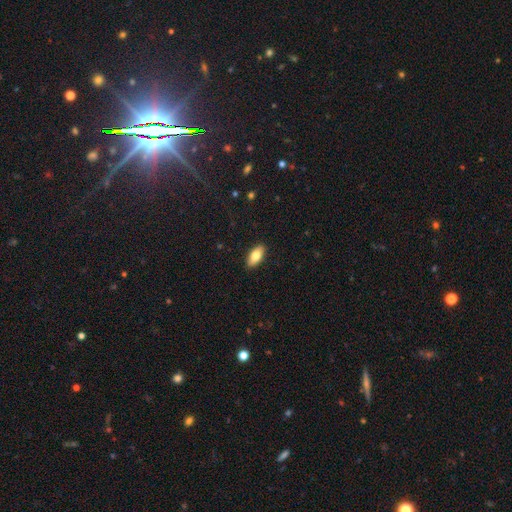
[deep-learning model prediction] Smooth or featured: smooth — 80% (featured or disk — 14%)
How rounded: in between — 89% (cigar-shaped — 9%)
Merging: none — 90% (minor disturbance — 8%)